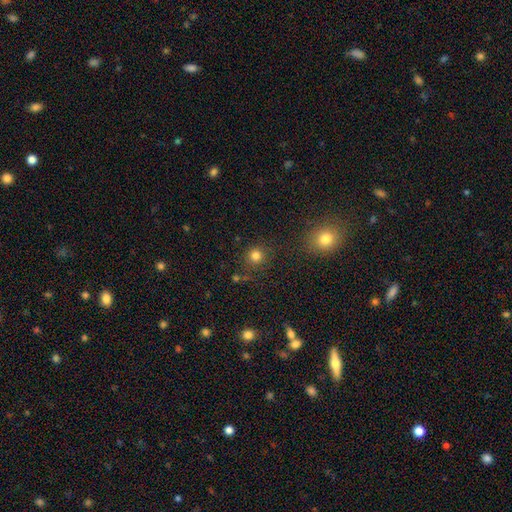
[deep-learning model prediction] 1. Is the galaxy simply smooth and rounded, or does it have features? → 80% smooth, 15% star or artifact, 5% featured or disk.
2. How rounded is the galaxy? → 92% round, 7% in between, 1% cigar-shaped.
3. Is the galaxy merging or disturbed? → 83% none, 9% minor disturbance, 5% merger, 4% major disturbance.